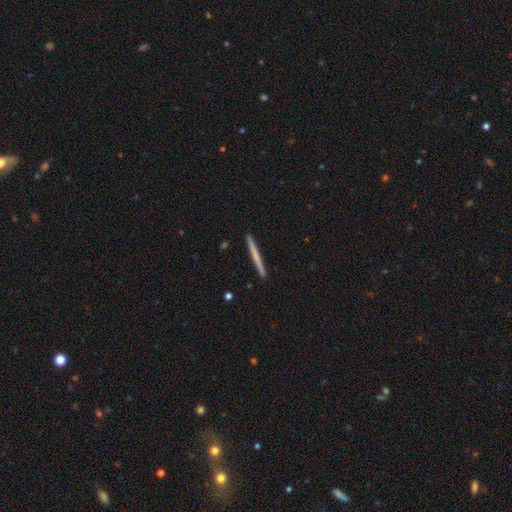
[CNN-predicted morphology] A smooth galaxy with no disk features (55%) that is cigar-shaped (97%).

Vote fractions:
- Smooth or featured? smooth: 55% / featured or disk: 40% / star or artifact: 5%
- How rounded? cigar-shaped: 97% / in between: 1% / round: 1%
- Merging? none: 93% / minor disturbance: 4% / merger: 1% / major disturbance: 1%